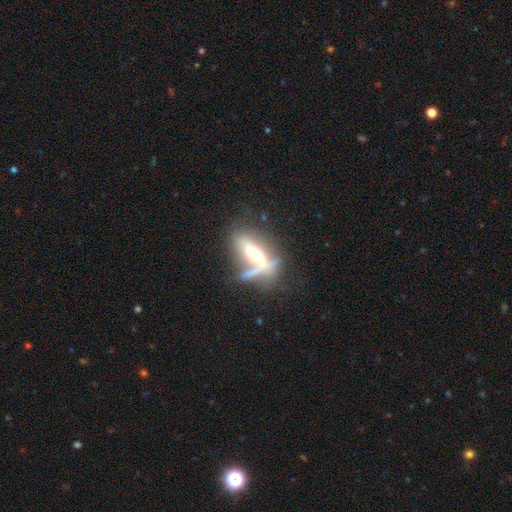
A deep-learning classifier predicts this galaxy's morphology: A featured or disk galaxy (62%) viewed edge-on (65%).

Vote fractions:
- Smooth or featured? featured or disk: 62% / smooth: 31% / star or artifact: 8%
- Edge-on disk? yes: 65% / no: 35%
- Merging? none: 40% / merger: 23% / minor disturbance: 19% / major disturbance: 18%